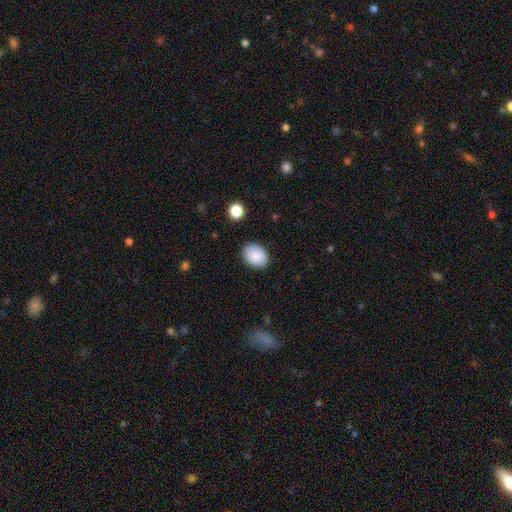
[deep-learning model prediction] Overall: smooth (88%). How rounded: in between (70%). Merging: none (86%).